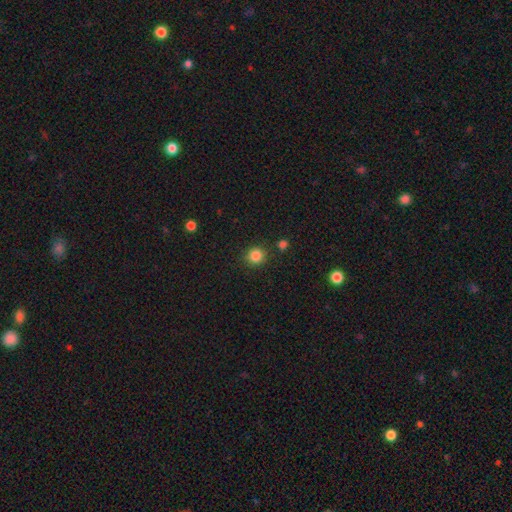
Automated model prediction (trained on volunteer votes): This appears to be a smooth galaxy with no disk features (85%) that is round (90%). Merging: none (86%).